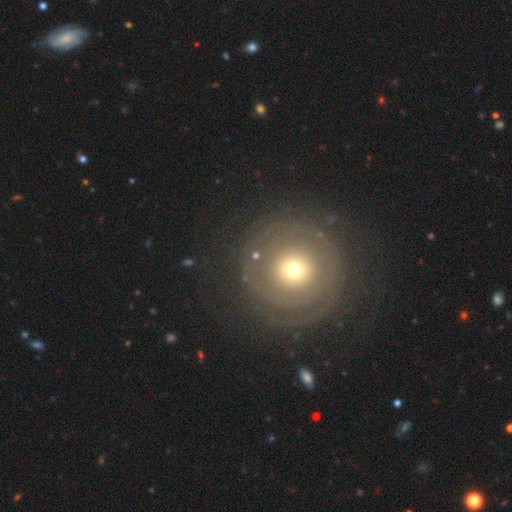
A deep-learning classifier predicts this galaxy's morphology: featured or disk 53%, smooth 36%, star or artifact 11%. Down the decision tree: edge-on disk — no (96%); bar — no (89%); spiral arms — yes (50%, tied with no); bulge size — small (46%); merging — none (78%).